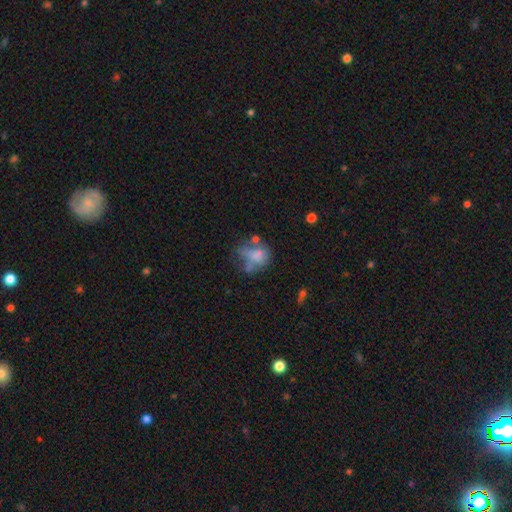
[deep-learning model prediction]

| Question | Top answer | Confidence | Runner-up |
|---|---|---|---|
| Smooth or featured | smooth | 51% | featured or disk (36%) |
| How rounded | in between | 51% | round (47%) |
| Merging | none | 30% | tied: major disturbance (30%) |